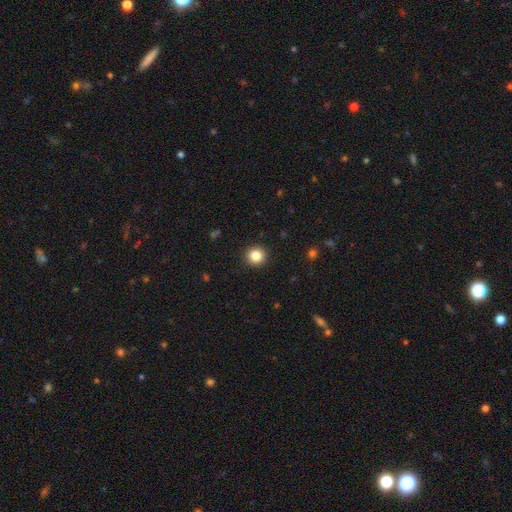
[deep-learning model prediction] smooth 85%, star or artifact 11%, featured or disk 5%. Down the decision tree: how rounded — round (93%); merging — none (92%).